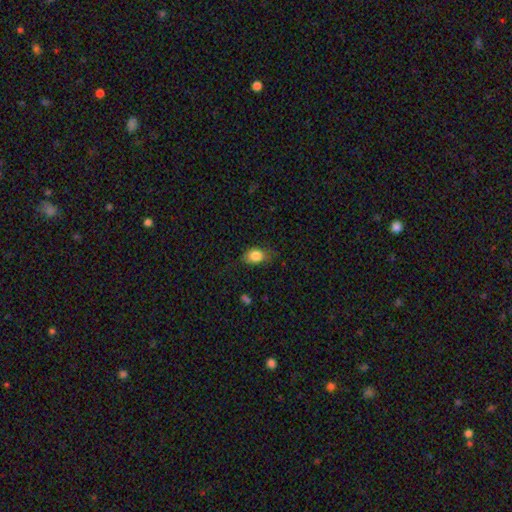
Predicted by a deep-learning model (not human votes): smooth-or-featured: smooth: 83% | star or artifact: 9% | featured or disk: 8%
  how-rounded: in between: 73% | round: 25% | cigar-shaped: 2%
  merging: none: 66% | minor disturbance: 26% | major disturbance: 7% | merger: 1%